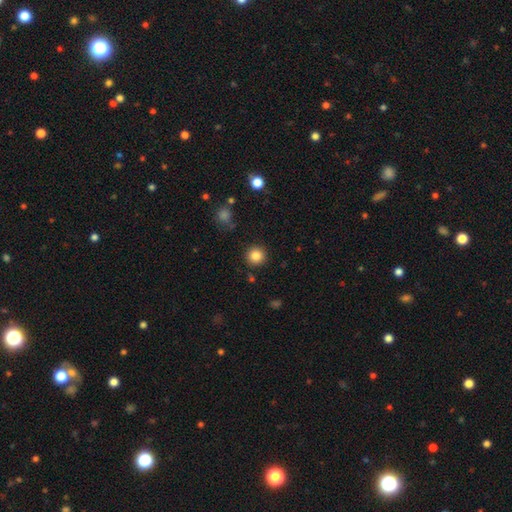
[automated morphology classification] Smooth or featured?
  - smooth: 84% *
  - star or artifact: 11%
  - featured or disk: 5%
How rounded?
  - round: 94% *
  - in between: 5%
  - cigar-shaped: 1%
Merging?
  - none: 89% *
  - minor disturbance: 6%
  - major disturbance: 2%
  - merger: 2%